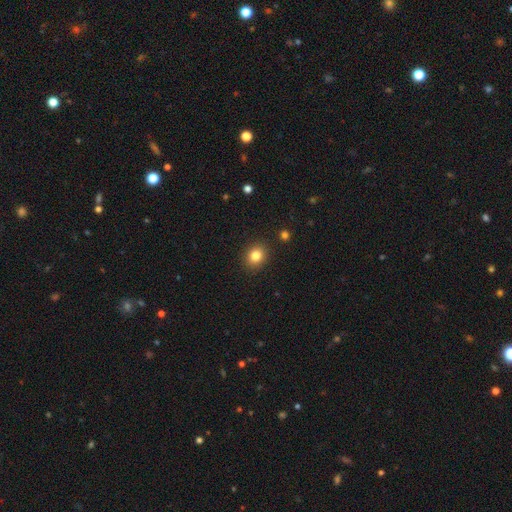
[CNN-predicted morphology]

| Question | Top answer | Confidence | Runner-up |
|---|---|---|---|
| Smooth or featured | smooth | 82% | star or artifact (11%) |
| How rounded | round | 62% | in between (37%) |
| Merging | none | 89% | minor disturbance (7%) |